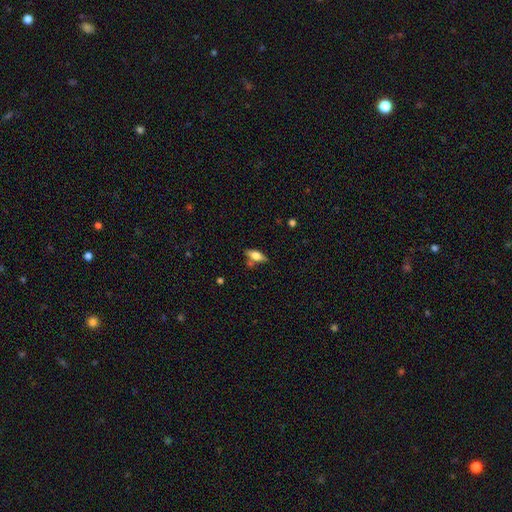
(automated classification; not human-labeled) smooth_or_featured: smooth (p=0.58) [alt: featured or disk p=0.34]
how_rounded: in between (p=0.74) [alt: cigar-shaped p=0.23]
merging: none (p=0.71) [alt: minor disturbance p=0.15]